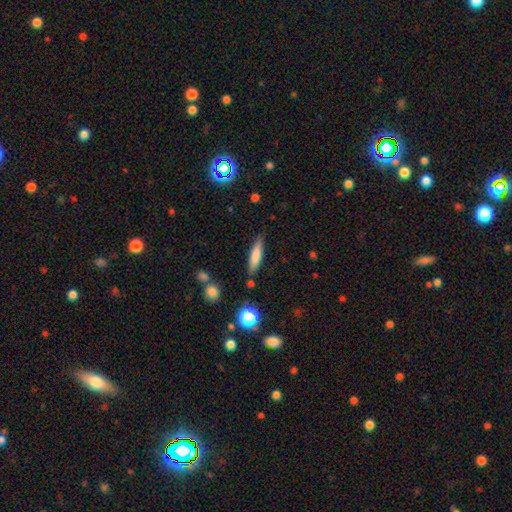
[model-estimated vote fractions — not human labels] Smooth or featured?
  - smooth: 76% *
  - featured or disk: 16%
  - star or artifact: 7%
How rounded?
  - cigar-shaped: 75% *
  - in between: 23%
  - round: 2%
Merging?
  - none: 80% *
  - minor disturbance: 14%
  - merger: 3%
  - major disturbance: 3%